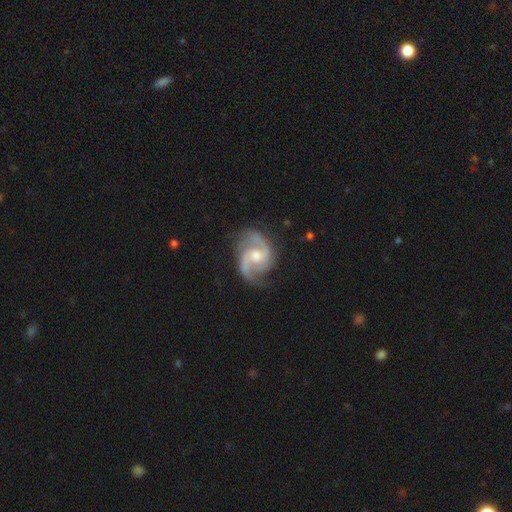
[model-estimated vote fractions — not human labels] This appears to be a featured or disk galaxy (92%) with no bar (52%), 2 (88%) medium (61%) spiral arms (98%) and a moderate central bulge (67%). Merging: none (75%).